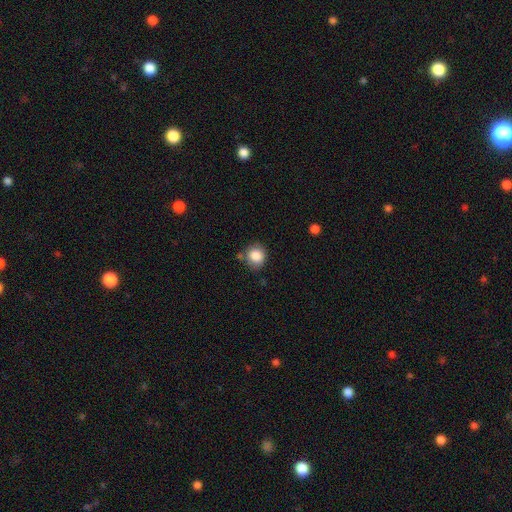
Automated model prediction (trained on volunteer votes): Morphology: type=smooth (86%); roundness=round (84%); merging=none (75%).